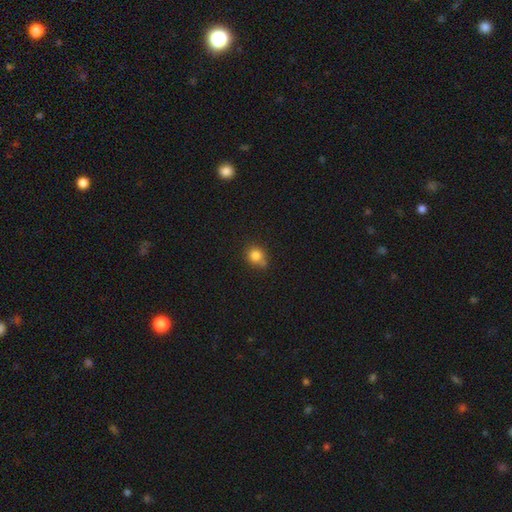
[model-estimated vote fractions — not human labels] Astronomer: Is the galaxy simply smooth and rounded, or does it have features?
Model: smooth — 82%.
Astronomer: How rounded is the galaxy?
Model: round — 81%.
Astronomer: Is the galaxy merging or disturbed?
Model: none — 59%.